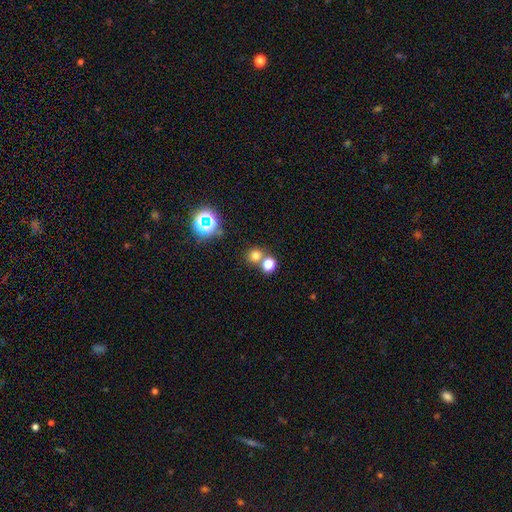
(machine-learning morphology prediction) type=smooth (73%); roundness=round (84%); merging=none (57%).